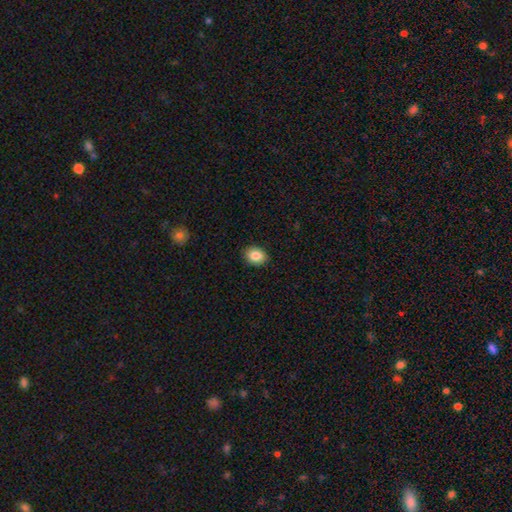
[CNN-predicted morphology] smooth_or_featured: smooth (p=0.86) [alt: star or artifact p=0.08]
how_rounded: in between (p=0.57) [alt: round p=0.42]
merging: none (p=0.90) [alt: minor disturbance p=0.08]